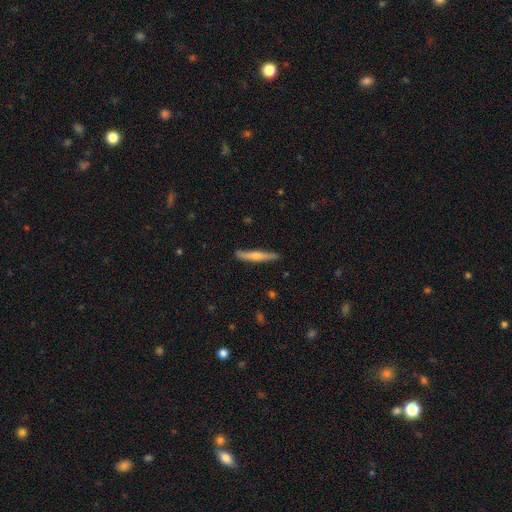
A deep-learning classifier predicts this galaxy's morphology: Smooth or featured: smooth — 56% (featured or disk — 39%)
How rounded: cigar-shaped — 93% (in between — 5%)
Merging: none — 83% (minor disturbance — 13%)